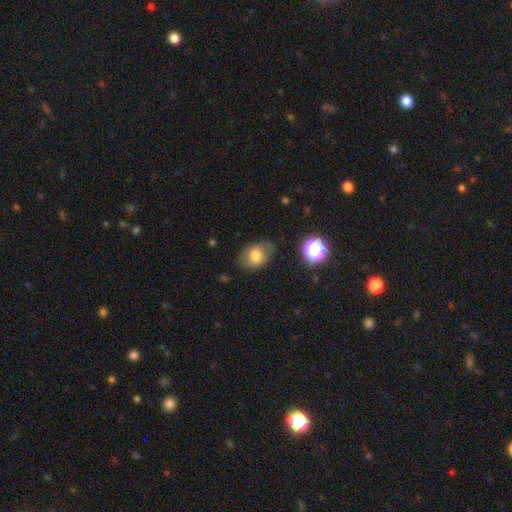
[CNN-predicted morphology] A smooth galaxy with no disk features (70%) that is in between round and cigar-shaped (68%).

Vote fractions:
- Smooth or featured? smooth: 70% / featured or disk: 19% / star or artifact: 11%
- How rounded? in between: 68% / round: 30% / cigar-shaped: 1%
- Merging? none: 68% / minor disturbance: 21% / major disturbance: 8% / merger: 2%